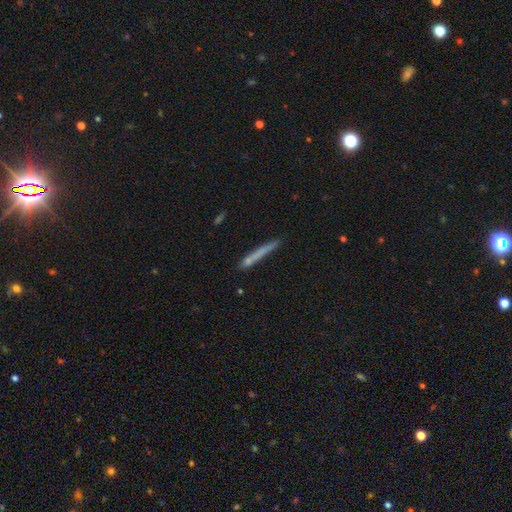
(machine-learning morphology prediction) Smooth or featured?
  - smooth: 62% *
  - featured or disk: 29%
  - star or artifact: 9%
How rounded?
  - cigar-shaped: 96% *
  - in between: 2%
  - round: 2%
Merging?
  - none: 77% *
  - minor disturbance: 14%
  - merger: 5%
  - major disturbance: 4%